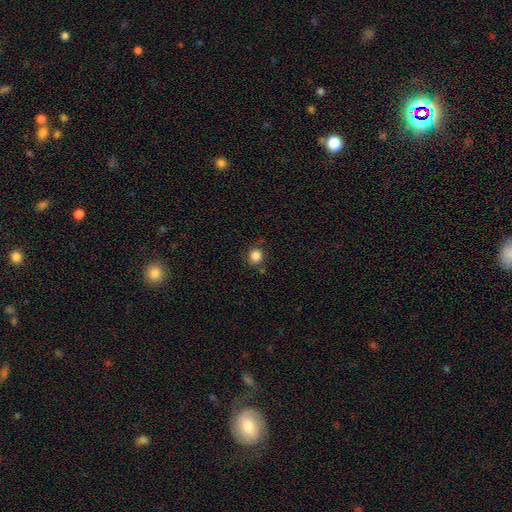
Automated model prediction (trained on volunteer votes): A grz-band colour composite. It shows a smooth galaxy with no disk features (85%) that is round (87%). Merging: none (83%).